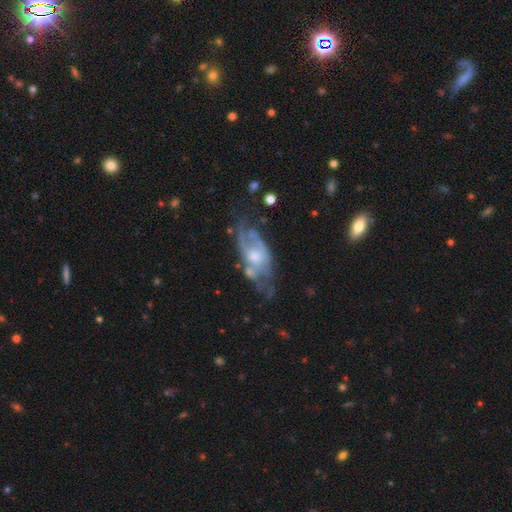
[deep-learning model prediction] featured or disk 74%, smooth 18%, star or artifact 7%. Down the decision tree: edge-on disk — no (90%); bar — no (67%); spiral arms — yes (71%); bulge size — moderate (56%); merging — none (48%).